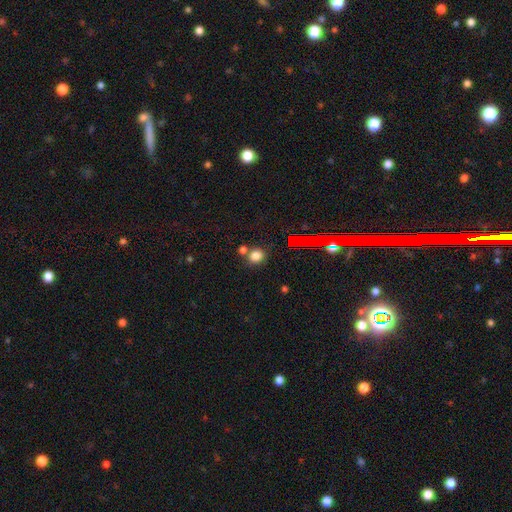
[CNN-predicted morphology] smooth_or_featured: smooth (p=0.77) [alt: star or artifact p=0.16]
how_rounded: round (p=0.79) [alt: in between p=0.20]
merging: none (p=0.65) [alt: merger p=0.22]